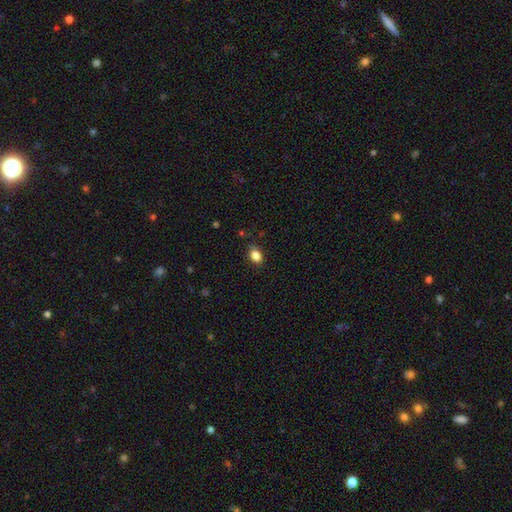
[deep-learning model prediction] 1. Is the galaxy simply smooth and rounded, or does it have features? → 86% smooth, 10% star or artifact, 5% featured or disk.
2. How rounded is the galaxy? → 78% in between, 21% round, 1% cigar-shaped.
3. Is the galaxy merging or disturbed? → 84% none, 12% minor disturbance, 3% major disturbance, 1% merger.